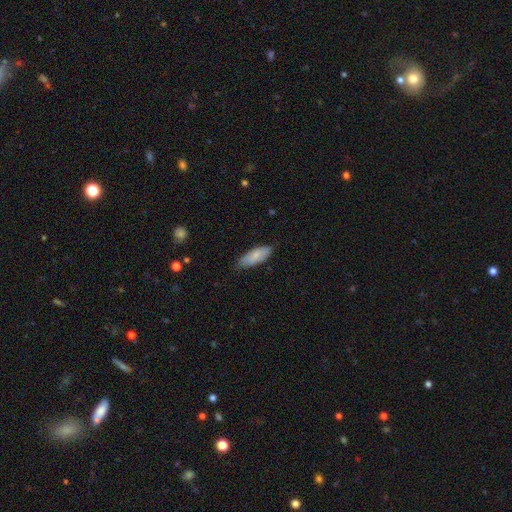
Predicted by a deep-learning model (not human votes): This appears to be a smooth galaxy with no disk features (77%) that is in between round and cigar-shaped (72%). Merging: none (72%).